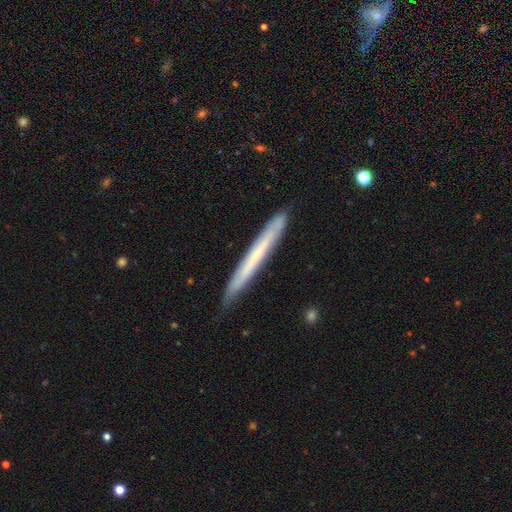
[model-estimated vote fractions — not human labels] Smooth or featured?
  - featured or disk: 47% * (tied)
  - smooth: 47% * (tied)
  - star or artifact: 6%
Merging?
  - none: 86% *
  - minor disturbance: 11%
  - major disturbance: 2%
  - merger: 1%